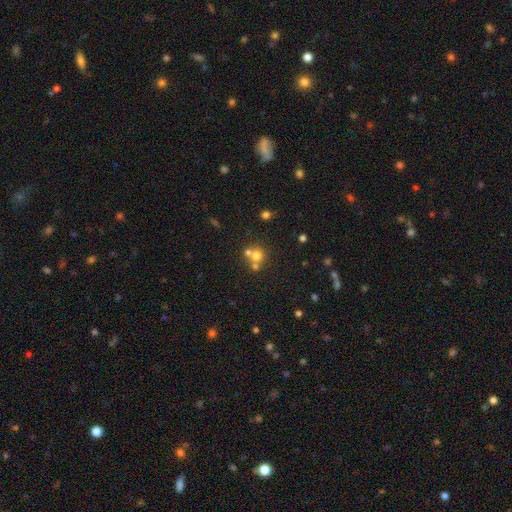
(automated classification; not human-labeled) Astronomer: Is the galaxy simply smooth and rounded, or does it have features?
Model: smooth — 65%.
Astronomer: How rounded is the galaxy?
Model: round — 87%.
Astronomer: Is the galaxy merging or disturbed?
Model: none — 48% (runner-up: merger, 41%).